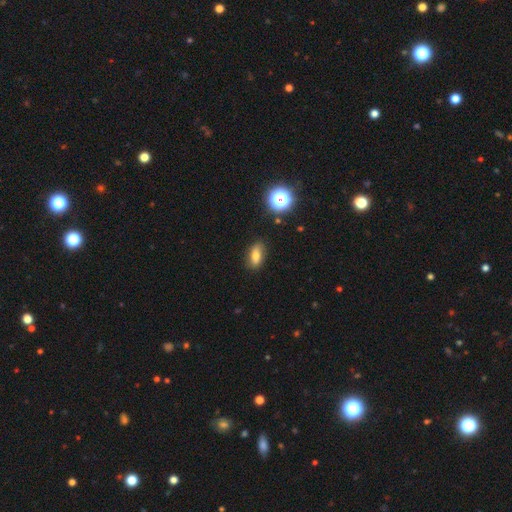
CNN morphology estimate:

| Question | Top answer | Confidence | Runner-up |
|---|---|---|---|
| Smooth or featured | smooth | 69% | featured or disk (19%) |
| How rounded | in between | 79% | cigar-shaped (13%) |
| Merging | none | 82% | minor disturbance (14%) |